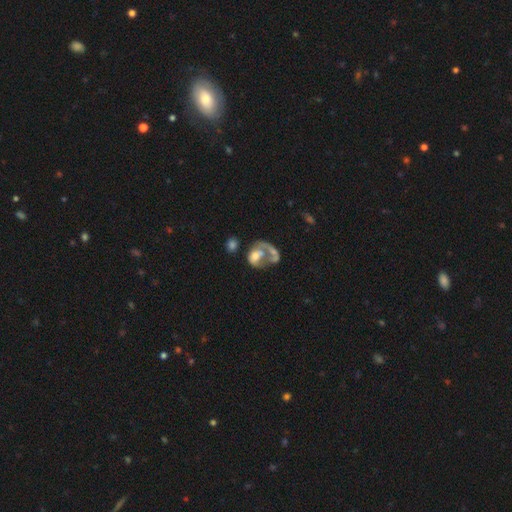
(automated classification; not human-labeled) Smooth or featured? Predicted: featured or disk (p=0.56). Edge-on disk? Predicted: no (p=0.98). Bar? Predicted: no (p=0.84). Spiral arms? Predicted: no (p=0.68). Bulge size? Predicted: moderate (p=0.41). Merging? Predicted: merger (p=0.39).